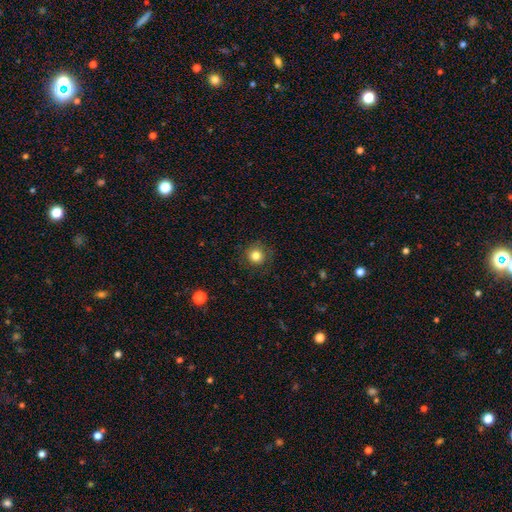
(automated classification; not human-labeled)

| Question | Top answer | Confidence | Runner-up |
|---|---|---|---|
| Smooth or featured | smooth | 82% | star or artifact (11%) |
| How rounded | round | 93% | in between (6%) |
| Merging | none | 85% | minor disturbance (10%) |